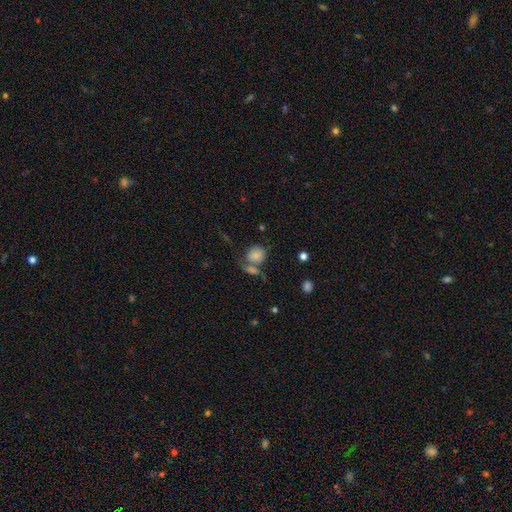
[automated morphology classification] A smooth galaxy with no disk features (80%) that is round (69%).

Vote fractions:
- Smooth or featured? smooth: 80% / featured or disk: 11% / star or artifact: 9%
- How rounded? round: 69% / in between: 29% / cigar-shaped: 1%
- Merging? none: 43% / merger: 34% / minor disturbance: 15% / major disturbance: 9%